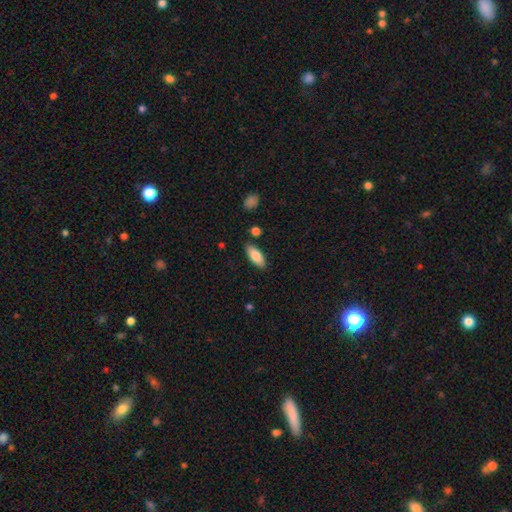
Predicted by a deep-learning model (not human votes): Smooth or featured? smooth (82%)
How rounded? in between (81%)
Merging? none (85%)